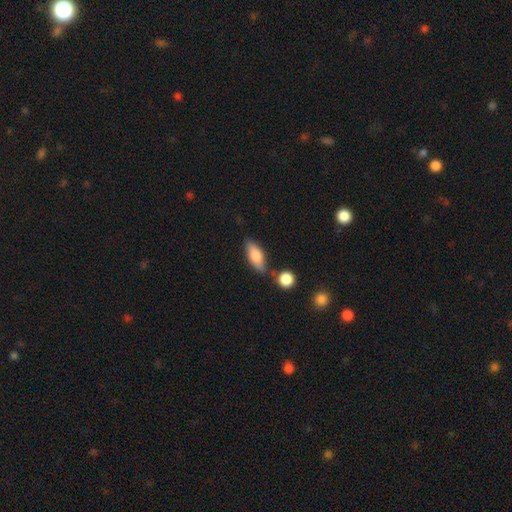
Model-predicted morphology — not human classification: This appears to be a smooth galaxy with no disk features (77%) that is in between round and cigar-shaped (75%). Merging: none (71%).